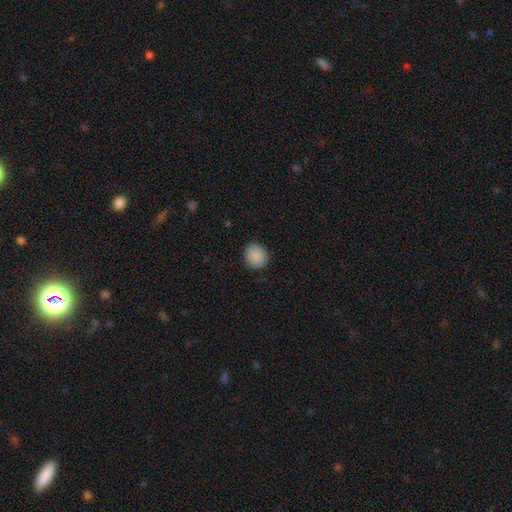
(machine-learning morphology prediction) Smooth or featured: smooth — 89% (star or artifact — 8%)
How rounded: round — 84% (in between — 15%)
Merging: none — 88% (minor disturbance — 9%)